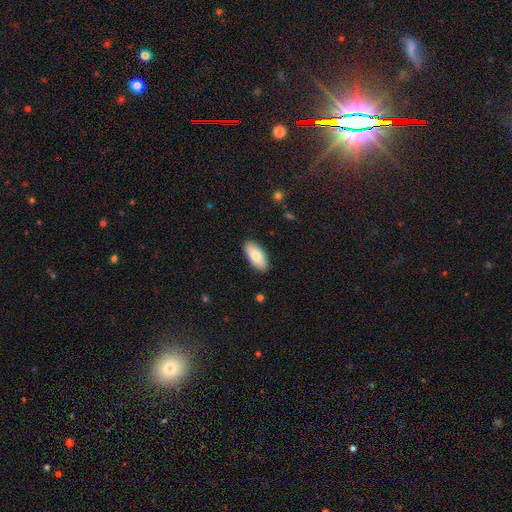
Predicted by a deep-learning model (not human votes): Morphology: type=smooth (82%); roundness=in between (90%); merging=none (89%).